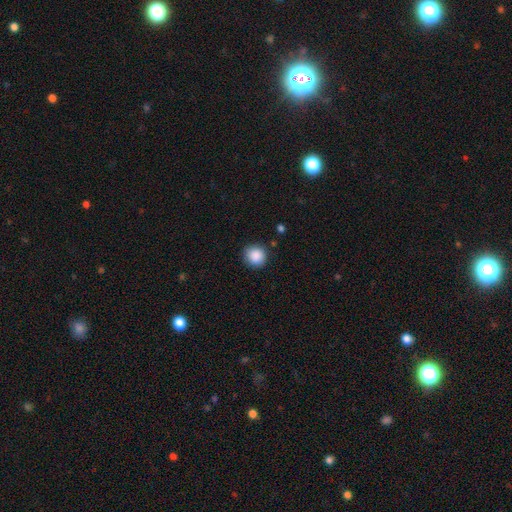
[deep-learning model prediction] Smooth or featured? Predicted: smooth (p=0.88). How rounded? Predicted: round (p=0.92). Merging? Predicted: none (p=0.87).